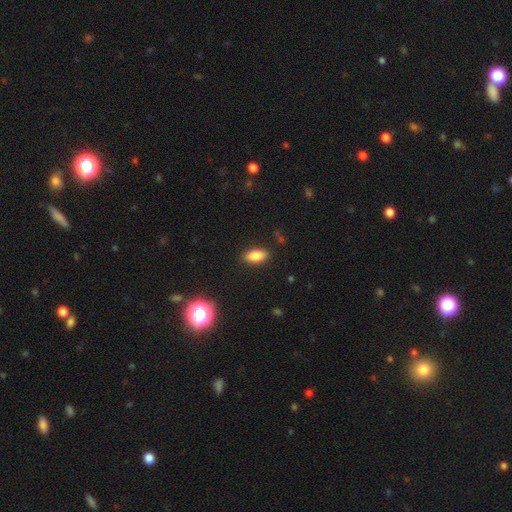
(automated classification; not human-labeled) Morphology: type=smooth (84%); roundness=in between (89%); merging=none (87%).